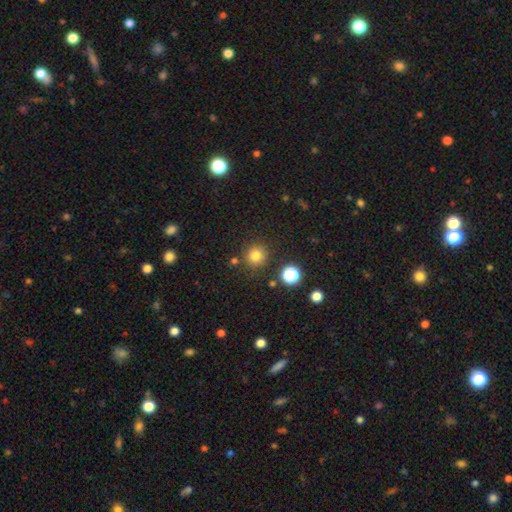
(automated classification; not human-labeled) Smooth or featured: smooth — 79% (star or artifact — 15%)
How rounded: round — 93% (in between — 6%)
Merging: none — 85% (minor disturbance — 8%)